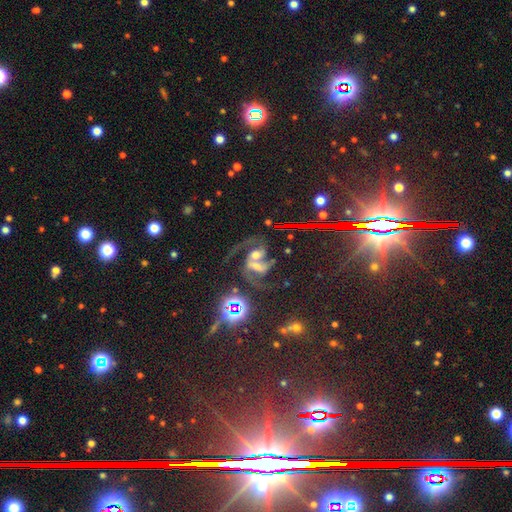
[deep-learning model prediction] smooth_or_featured: featured or disk (p=0.72) [alt: star or artifact p=0.16]
disk_edge_on: no (p=0.97) [alt: yes p=0.03]
bar: no (p=0.36) [tied with: weak p=0.36]
has_spiral_arms: yes (p=0.89) [alt: no p=0.11]
spiral_winding: loose (p=0.45) [alt: medium p=0.43]
spiral_arm_count: 2 (p=0.72) [alt: 1 p=0.13]
bulge_size: moderate (p=0.47) [alt: small p=0.21]
merging: merger (p=0.56) [alt: none p=0.19]